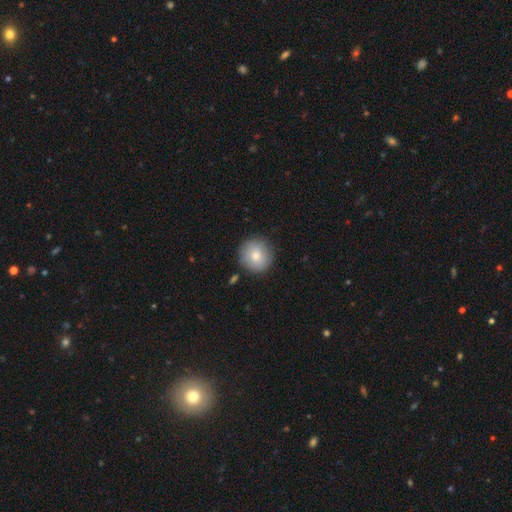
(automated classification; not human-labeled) A smooth galaxy with no disk features (78%) that is round (95%). Merging: none (86%).